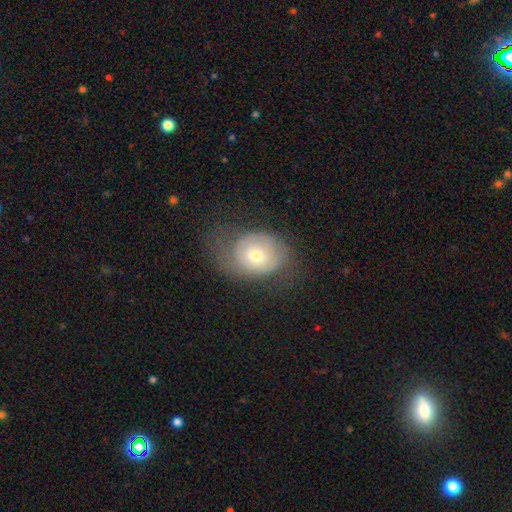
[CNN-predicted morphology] type=smooth (48%); merging=none (49%).